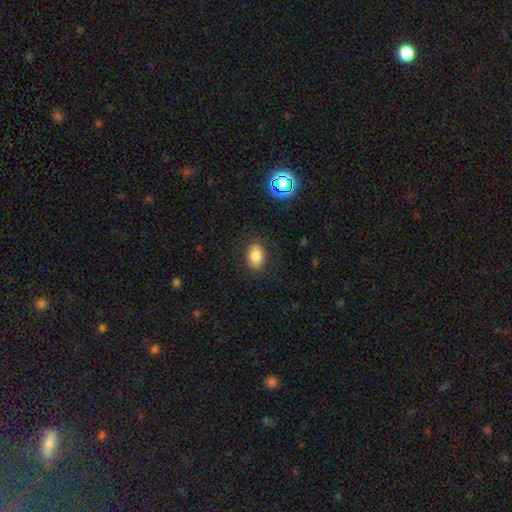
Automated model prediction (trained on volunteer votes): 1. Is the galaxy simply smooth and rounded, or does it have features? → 82% smooth, 10% star or artifact, 8% featured or disk.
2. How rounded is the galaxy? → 81% in between, 17% round, 1% cigar-shaped.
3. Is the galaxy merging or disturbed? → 85% none, 11% minor disturbance, 3% major disturbance, 1% merger.